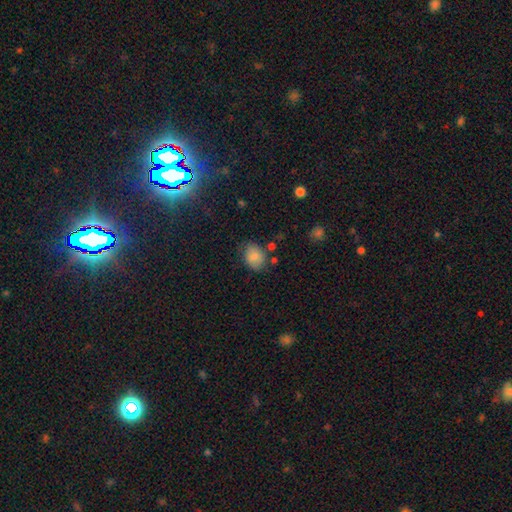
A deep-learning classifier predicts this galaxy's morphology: Smooth or featured: smooth — 83% (star or artifact — 9%)
How rounded: in between — 57% (round — 43%)
Merging: none — 71% (minor disturbance — 20%)